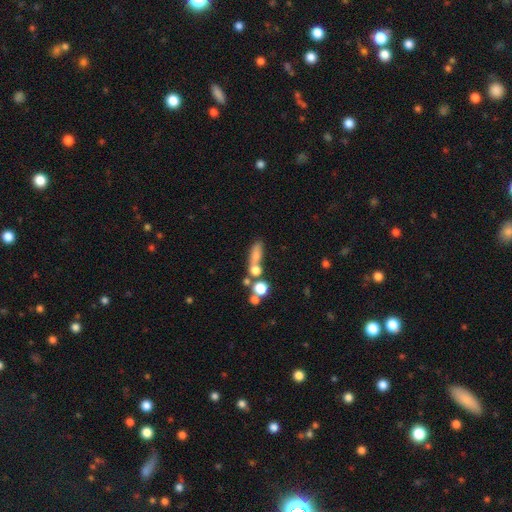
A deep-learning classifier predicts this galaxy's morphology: smooth_or_featured: smooth (p=0.67) [alt: featured or disk p=0.19]
how_rounded: in between (p=0.41) [alt: cigar-shaped p=0.40]
merging: none (p=0.44) [alt: merger p=0.32]